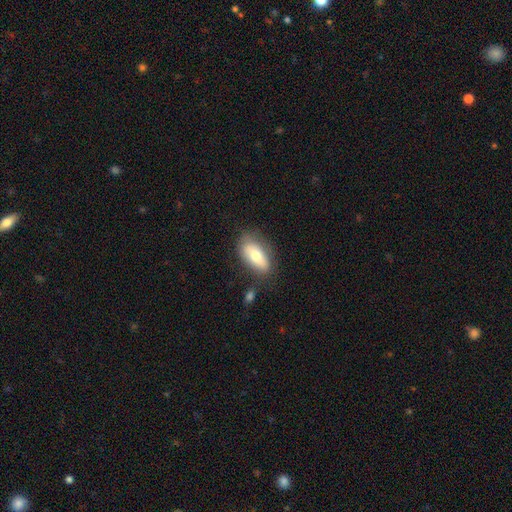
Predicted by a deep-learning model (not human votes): Smooth or featured? smooth (72%)
How rounded? in between (87%)
Merging? none (71%)